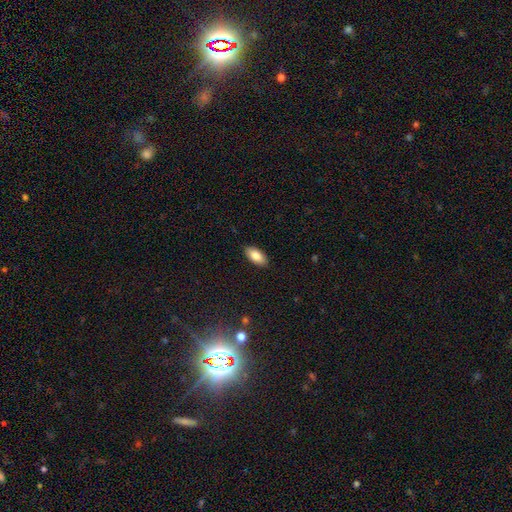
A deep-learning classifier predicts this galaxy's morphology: smooth_or_featured: smooth (p=0.85) [alt: featured or disk p=0.08]
how_rounded: in between (p=0.92) [alt: cigar-shaped p=0.05]
merging: none (p=0.88) [alt: minor disturbance p=0.09]